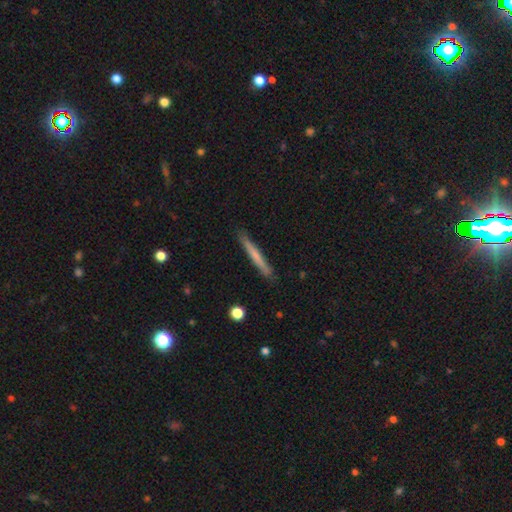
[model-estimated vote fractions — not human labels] Overall: smooth (62%; featured or disk 32%). How rounded: cigar-shaped (96%). Merging: none (88%).